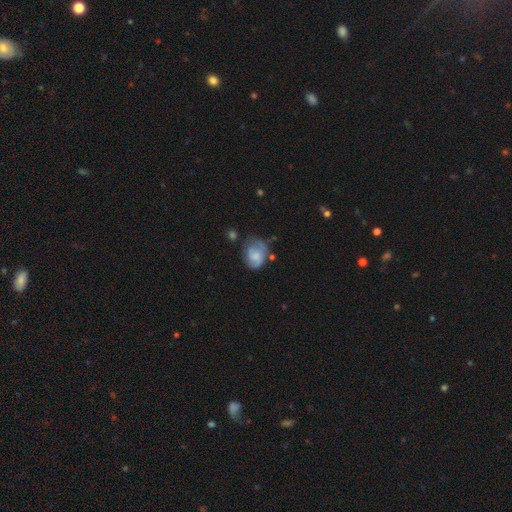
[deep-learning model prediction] Smooth or featured?
  - smooth: 51% *
  - featured or disk: 41%
  - star or artifact: 8%
How rounded?
  - in between: 61% *
  - round: 38%
  - cigar-shaped: 1%
Merging?
  - none: 43% *
  - minor disturbance: 32%
  - major disturbance: 19%
  - merger: 6%